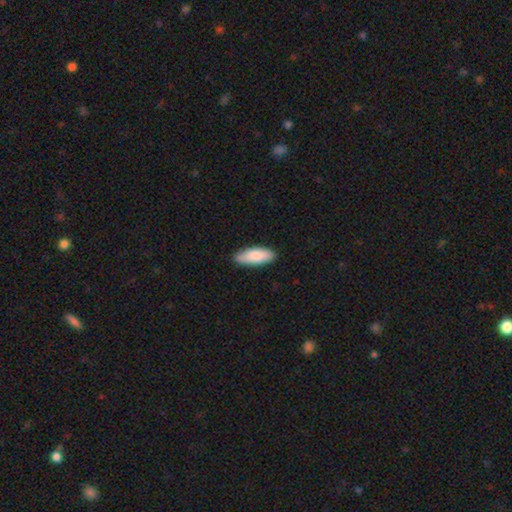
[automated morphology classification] This appears to be a smooth galaxy with no disk features (84%) that is in between round and cigar-shaped (76%). Merging: none (84%).